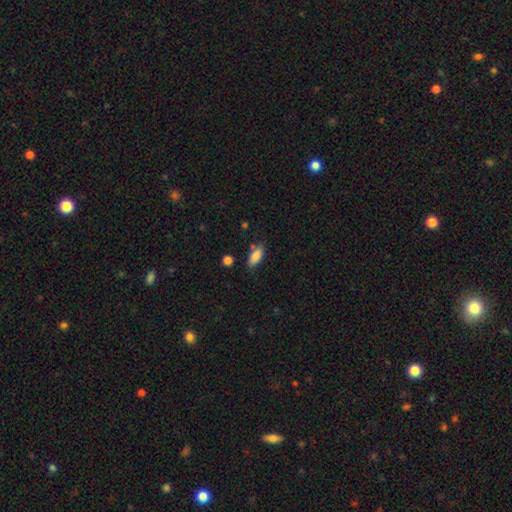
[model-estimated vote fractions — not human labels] Smooth or featured? smooth (85%)
How rounded? in between (82%)
Merging? none (77%)